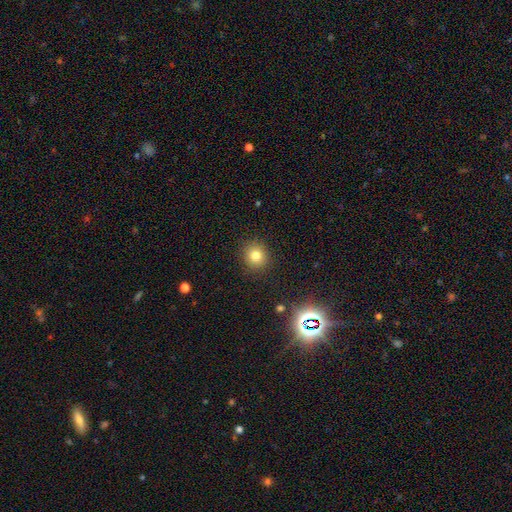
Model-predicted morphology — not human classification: type=smooth (79%); roundness=round (87%); merging=none (90%).